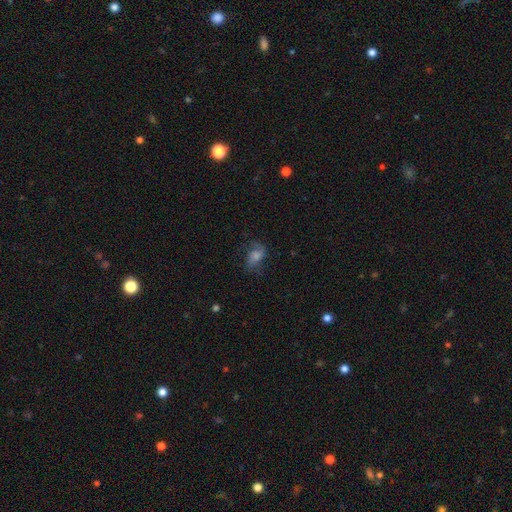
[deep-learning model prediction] Morphology: type=featured or disk (46%); merging=none (63%).